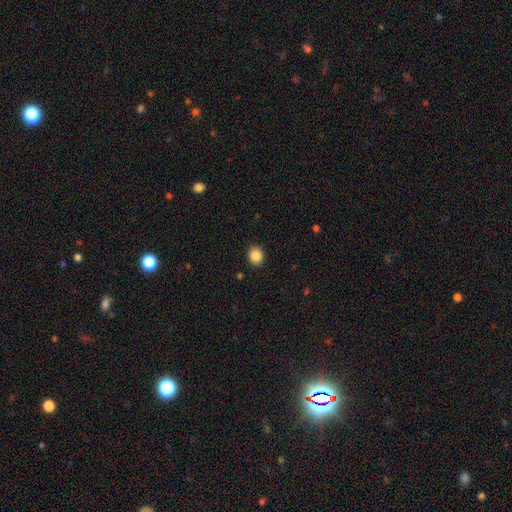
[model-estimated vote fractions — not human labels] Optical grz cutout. It shows a smooth galaxy with no disk features (88%) that is round (65%). Merging: none (90%).